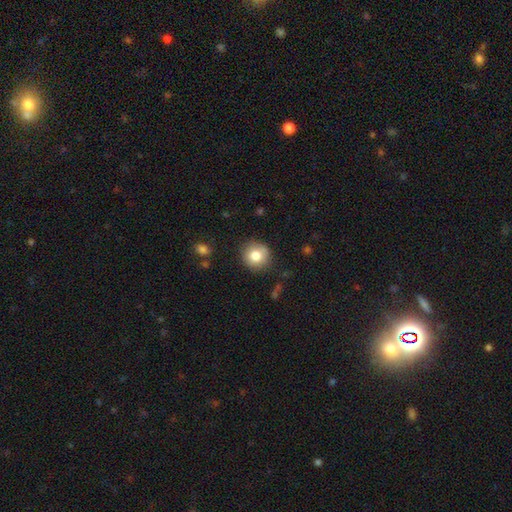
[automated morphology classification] smooth-or-featured: smooth: 81% | featured or disk: 10% | star or artifact: 9%
  how-rounded: round: 92% | in between: 7% | cigar-shaped: 1%
  merging: none: 85% | minor disturbance: 11% | major disturbance: 3% | merger: 1%